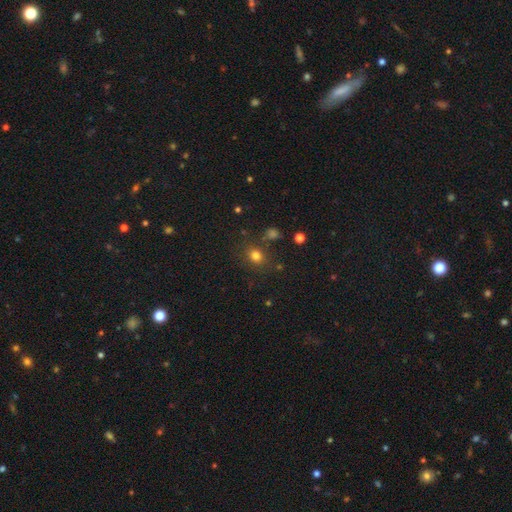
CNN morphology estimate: Smooth or featured: smooth — 78% (star or artifact — 16%)
How rounded: round — 62% (in between — 37%)
Merging: none — 80% (minor disturbance — 11%)